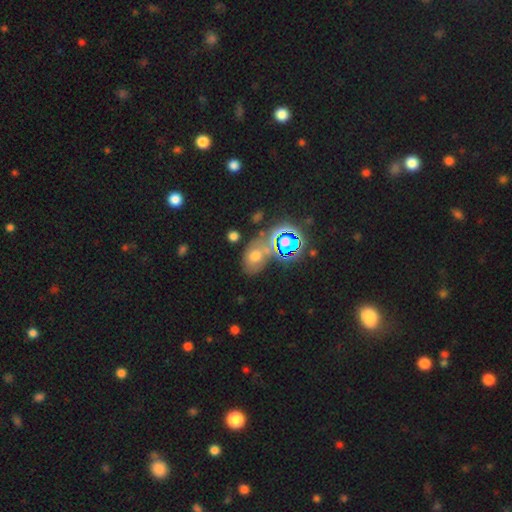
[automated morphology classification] Q: Smooth or featured?
A: smooth (53%); runner-up: star or artifact (28%)
Q: How rounded?
A: in between (72%); runner-up: round (27%)
Q: Merging?
A: none (50%); runner-up: merger (21%)